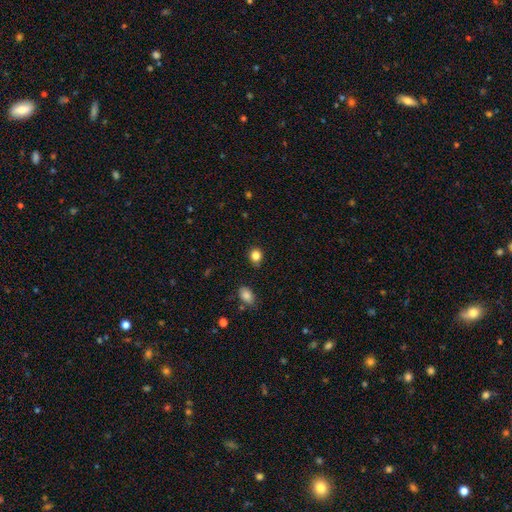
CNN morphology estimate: Smooth or featured? smooth (84%)
How rounded? round (73%)
Merging? none (84%)